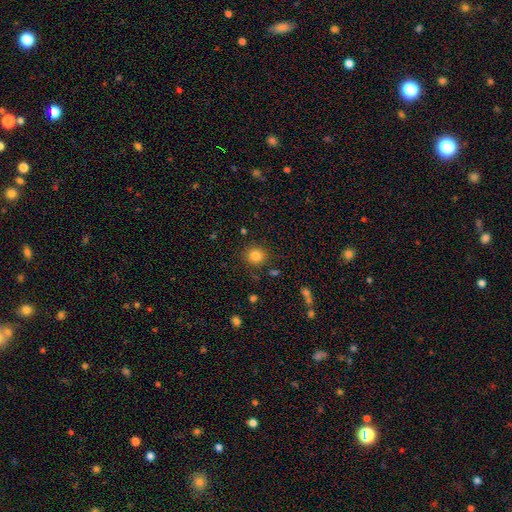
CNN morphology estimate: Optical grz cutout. It shows a smooth galaxy with no disk features (82%) that is round (90%). Merging: none (87%).